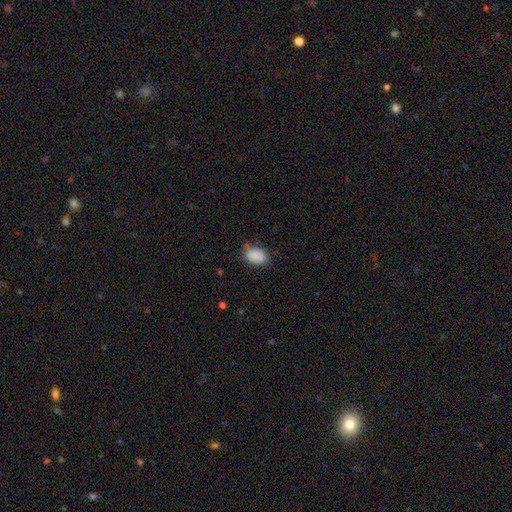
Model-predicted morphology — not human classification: This is clearly a smooth galaxy (88%). How rounded: clearly in between (82%). Merging: likely none (73%).